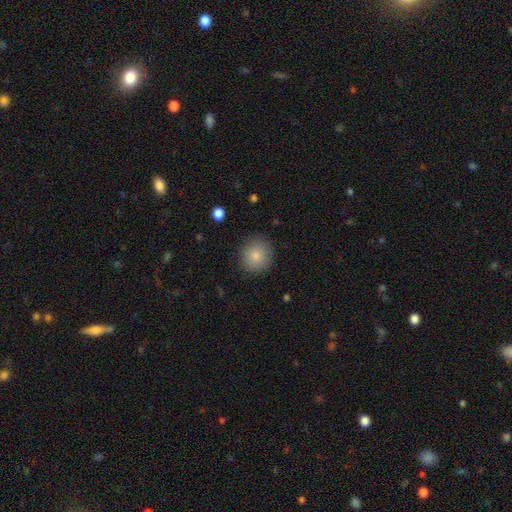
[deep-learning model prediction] This is clearly a smooth galaxy (84%). How rounded: clearly round (91%). Merging: clearly none (88%).